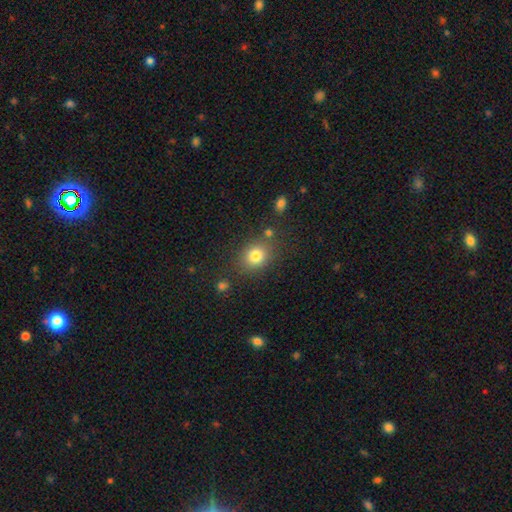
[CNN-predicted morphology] This is clearly a smooth galaxy (80%). How rounded: likely round (66%). Merging: likely none (77%).